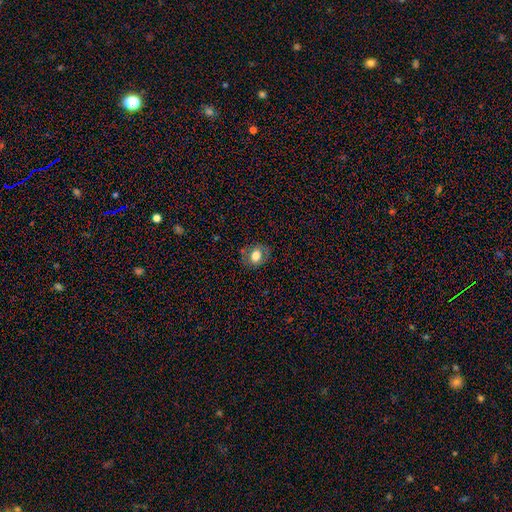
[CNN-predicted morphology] Smooth or featured?
  - smooth: 74% *
  - featured or disk: 17%
  - star or artifact: 10%
How rounded?
  - round: 60% *
  - in between: 39%
  - cigar-shaped: 1%
Merging?
  - none: 77% *
  - minor disturbance: 16%
  - major disturbance: 5%
  - merger: 2%